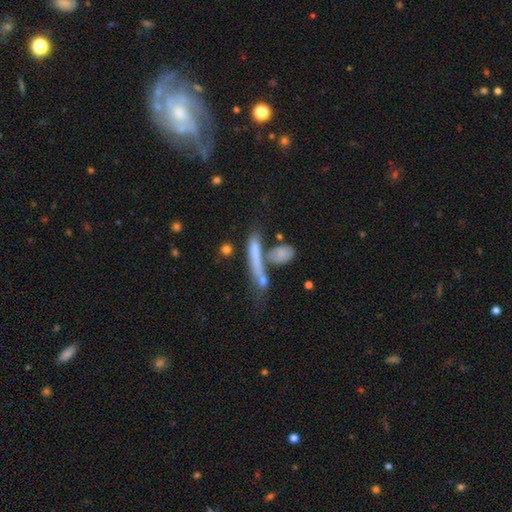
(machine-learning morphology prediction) Overall: smooth (58%; featured or disk 31%). How rounded: cigar-shaped (78%). Merging: none (43%; merger 32%).